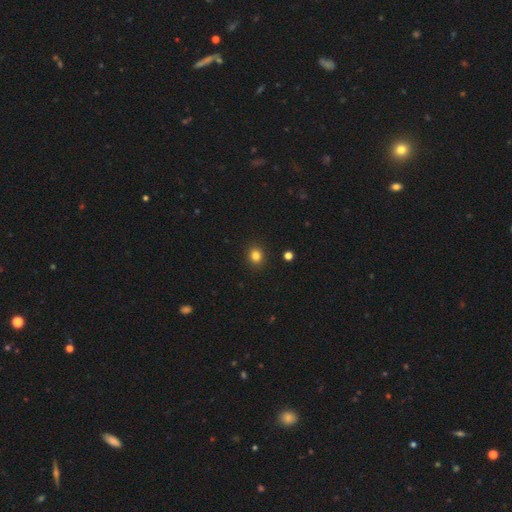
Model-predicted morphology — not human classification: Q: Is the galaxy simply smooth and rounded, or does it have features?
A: smooth — 83%.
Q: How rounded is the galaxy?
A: round — 76%.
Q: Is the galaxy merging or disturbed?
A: none — 91%.